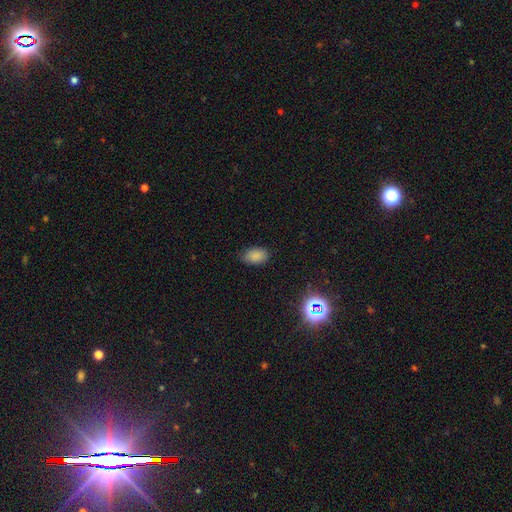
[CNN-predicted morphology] Smooth or featured? smooth (84%)
How rounded? in between (91%)
Merging? none (79%)